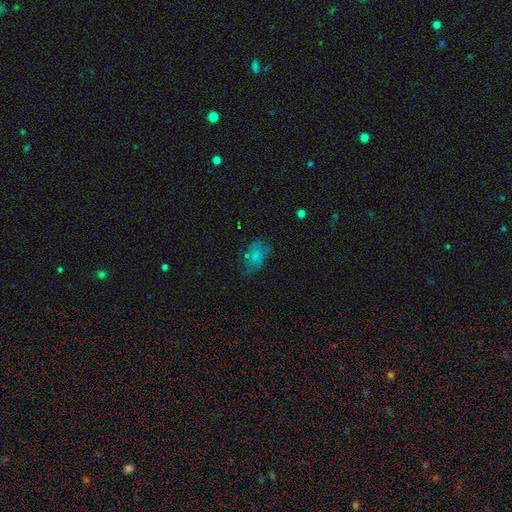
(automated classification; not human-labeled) smooth 64%, featured or disk 23%, star or artifact 12%. Down the decision tree: how rounded — in between (80%); merging — none (54%).